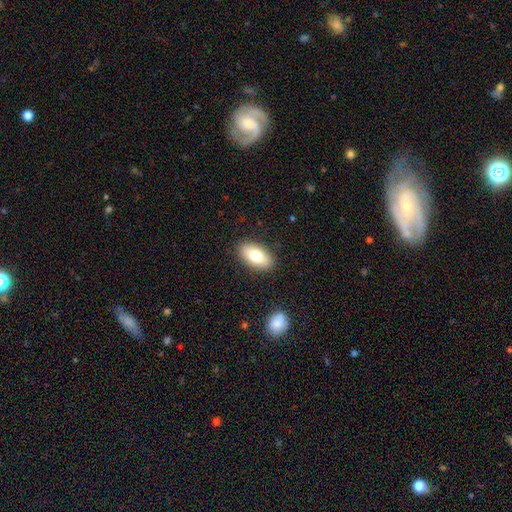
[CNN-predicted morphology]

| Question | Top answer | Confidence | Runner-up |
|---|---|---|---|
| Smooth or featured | smooth | 77% | featured or disk (16%) |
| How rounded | in between | 92% | cigar-shaped (4%) |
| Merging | none | 88% | minor disturbance (8%) |